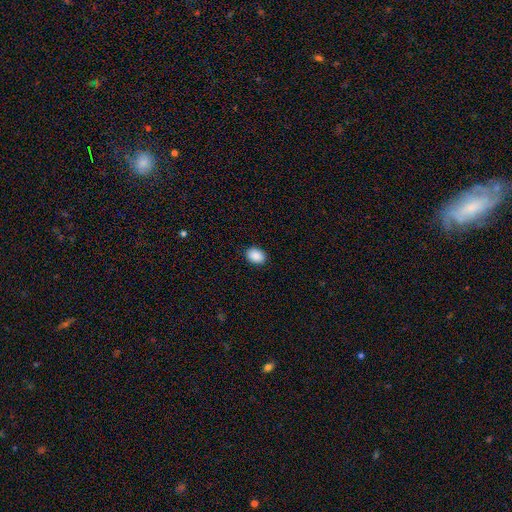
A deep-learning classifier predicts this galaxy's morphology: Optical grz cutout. It shows a smooth galaxy with no disk features (90%) that is in between round and cigar-shaped (72%). Merging: none (89%).